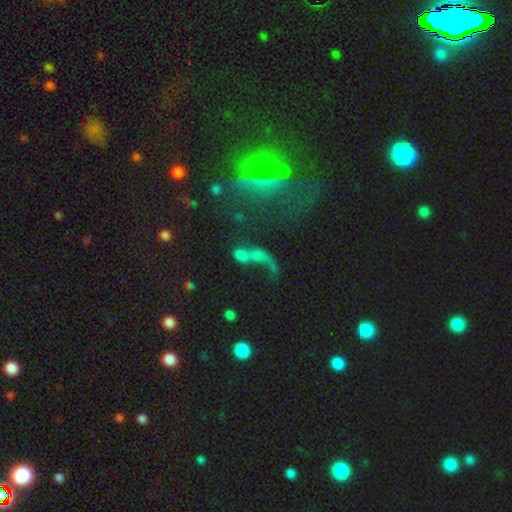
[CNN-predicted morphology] featured or disk 40%, smooth 37%, star or artifact 23%. Down the decision tree: merging — merger (45%).